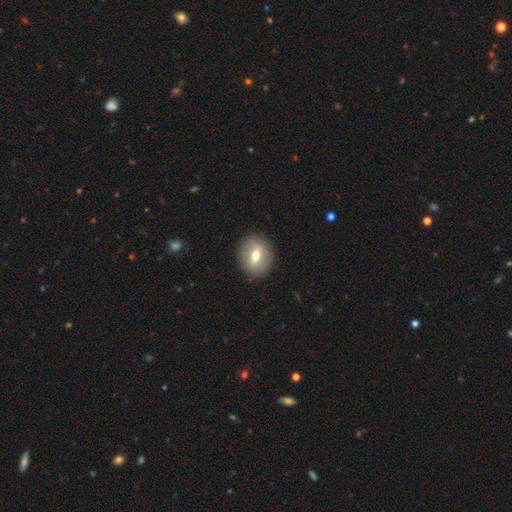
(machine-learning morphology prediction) Smooth or featured? smooth (63%)
How rounded? round (56%)
Merging? none (87%)